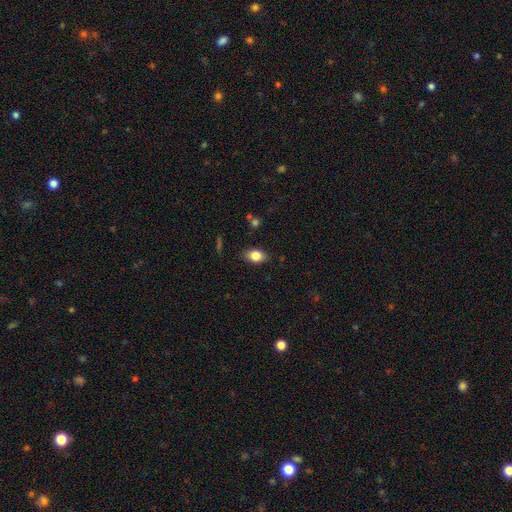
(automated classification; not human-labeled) Smooth or featured? smooth (81%)
How rounded? in between (81%)
Merging? none (82%)